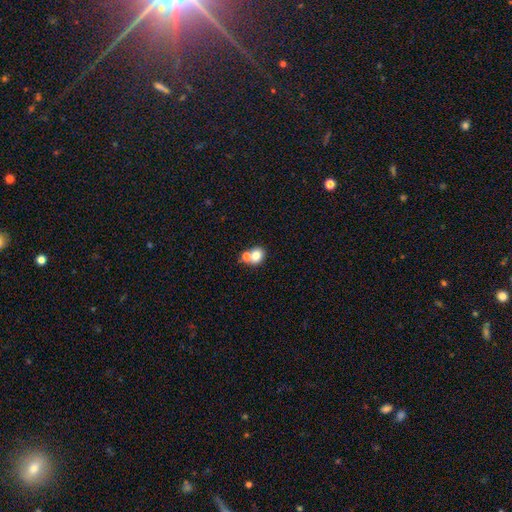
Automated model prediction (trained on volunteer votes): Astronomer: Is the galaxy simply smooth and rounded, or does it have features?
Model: smooth — 77%.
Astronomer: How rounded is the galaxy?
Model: round — 56% (runner-up: in between, 43%).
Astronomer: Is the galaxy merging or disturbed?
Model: none — 47% (runner-up: merger, 41%).